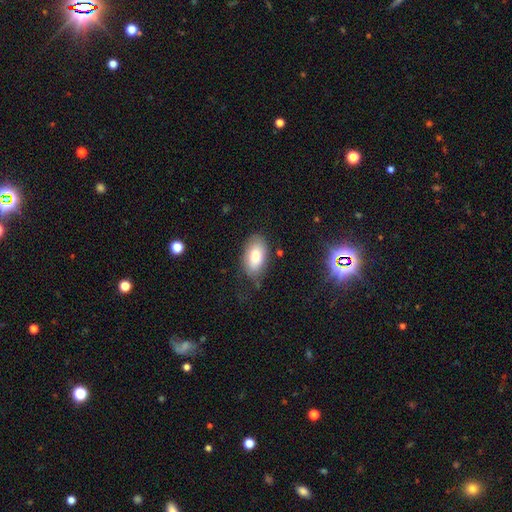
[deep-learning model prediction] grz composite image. It shows a smooth galaxy with no disk features (76%) that is in between round and cigar-shaped (93%). Merging: none (74%).